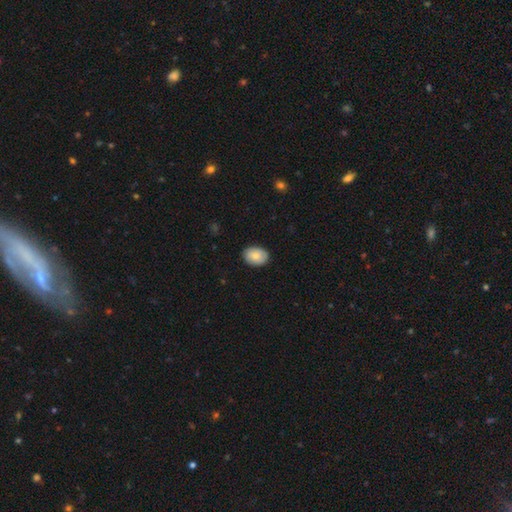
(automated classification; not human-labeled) smooth 80%, featured or disk 14%, star or artifact 7%. Down the decision tree: how rounded — in between (73%); merging — none (86%).